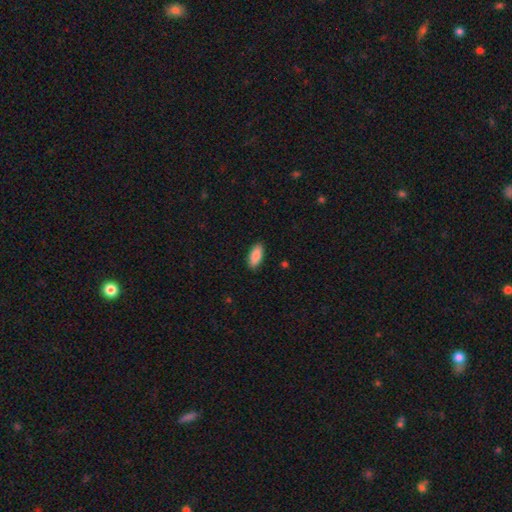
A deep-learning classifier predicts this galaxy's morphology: Overall: smooth (89%). How rounded: in between (87%). Merging: none (90%).